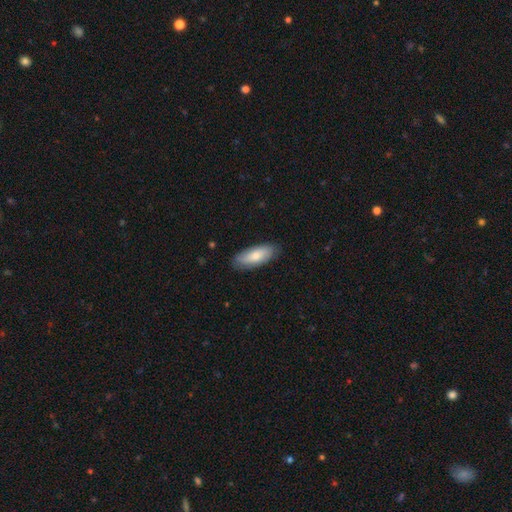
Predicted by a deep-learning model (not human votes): Overall: smooth (76%). How rounded: in between (78%). Merging: none (82%).